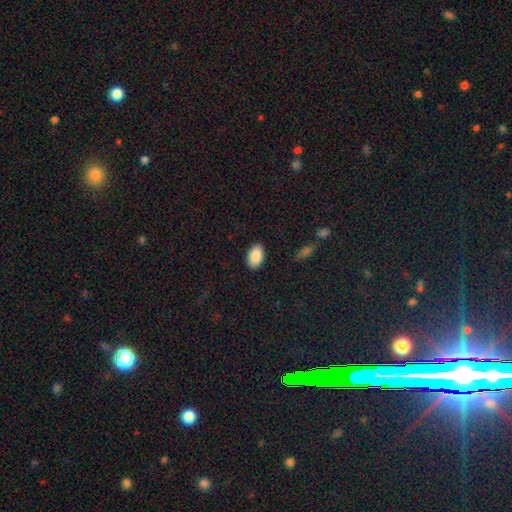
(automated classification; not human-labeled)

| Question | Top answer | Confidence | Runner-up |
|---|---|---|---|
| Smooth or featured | smooth | 89% | star or artifact (6%) |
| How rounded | in between | 92% | round (7%) |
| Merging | none | 89% | minor disturbance (8%) |